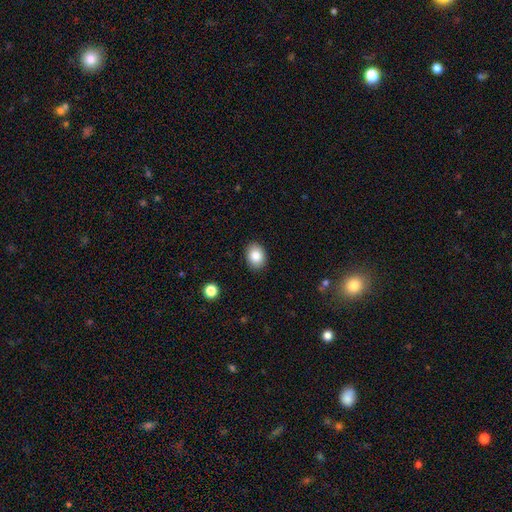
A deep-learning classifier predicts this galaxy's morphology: smooth_or_featured: smooth (p=0.86) [alt: star or artifact p=0.08]
how_rounded: in between (p=0.63) [alt: round p=0.36]
merging: none (p=0.89) [alt: minor disturbance p=0.08]